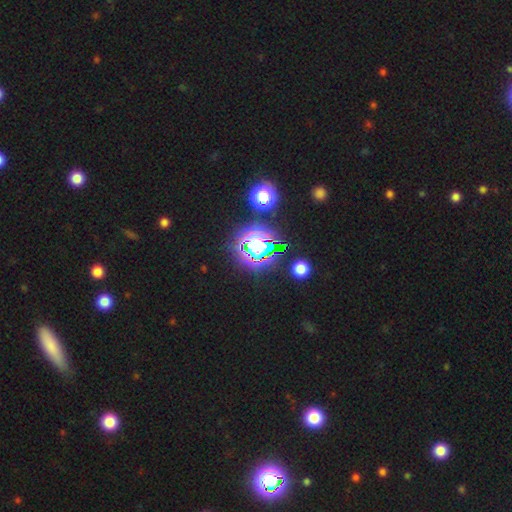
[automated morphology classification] Smooth or featured: star or artifact — 67% (smooth — 20%)